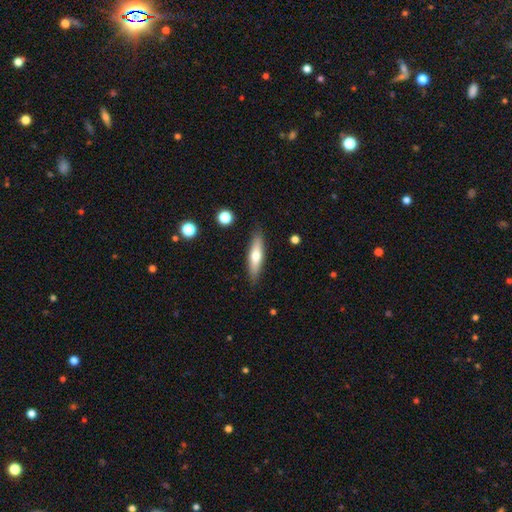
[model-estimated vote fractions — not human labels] A smooth galaxy with no disk features (58%) that is cigar-shaped (69%).

Vote fractions:
- Smooth or featured? smooth: 58% / featured or disk: 36% / star or artifact: 6%
- How rounded? cigar-shaped: 69% / in between: 29% / round: 2%
- Merging? none: 86% / minor disturbance: 10% / major disturbance: 2% / merger: 1%